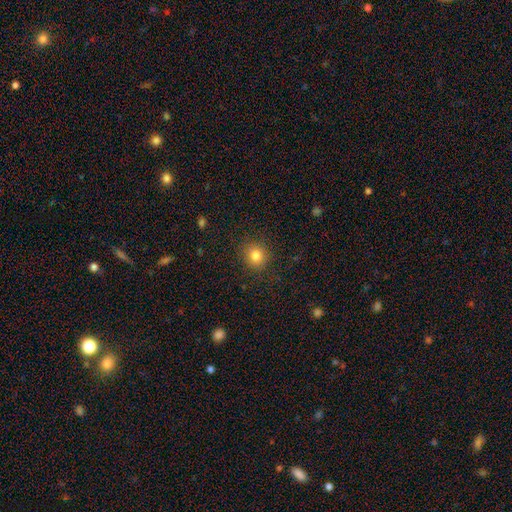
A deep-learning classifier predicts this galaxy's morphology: This appears to be a smooth galaxy with no disk features (82%) that is round (86%). Merging: none (88%).